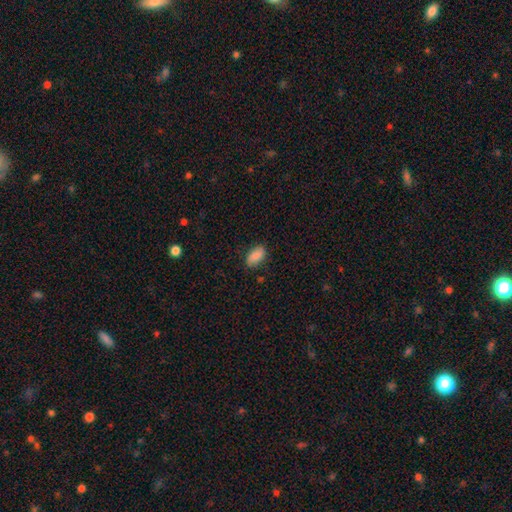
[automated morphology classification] The model was most divided on "merging": none: 81%, minor disturbance: 14%, major disturbance: 3%, merger: 1%. More confident: how rounded — in between (93%); smooth or featured — smooth (88%).